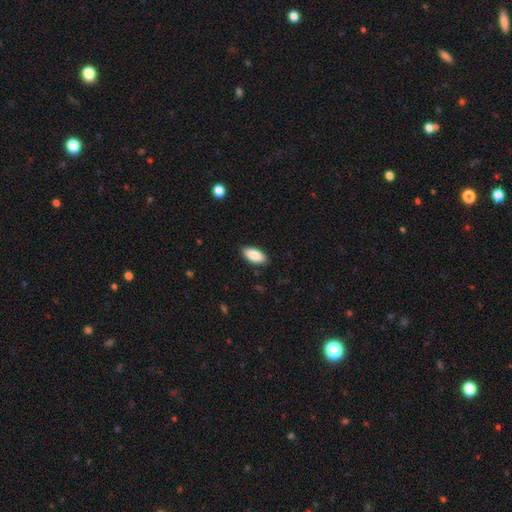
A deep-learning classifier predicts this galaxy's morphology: Q: Smooth or featured?
A: smooth (87%); runner-up: featured or disk (7%)
Q: How rounded?
A: in between (90%); runner-up: cigar-shaped (8%)
Q: Merging?
A: none (87%); runner-up: minor disturbance (10%)